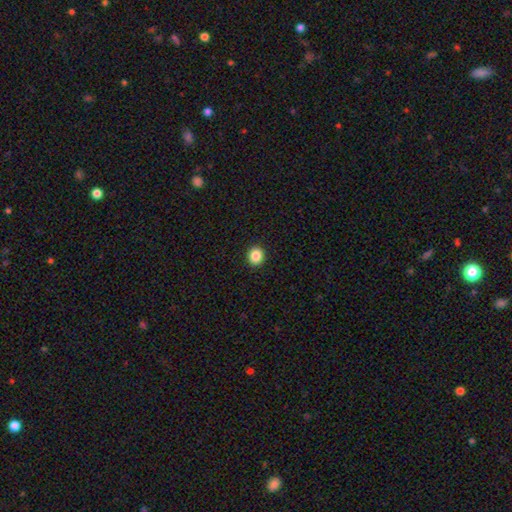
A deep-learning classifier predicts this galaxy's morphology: Smooth or featured? Predicted: smooth (p=0.87). How rounded? Predicted: round (p=0.82). Merging? Predicted: none (p=0.93).